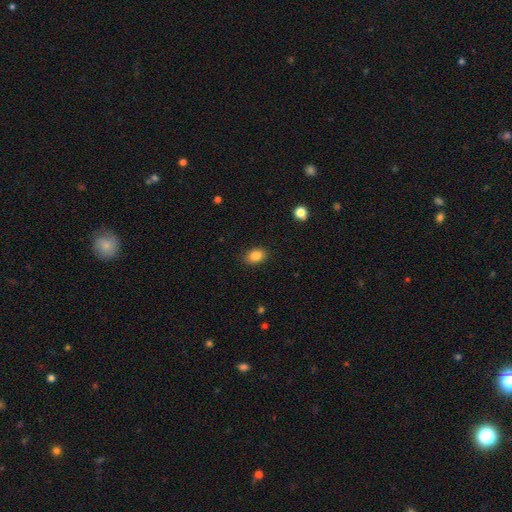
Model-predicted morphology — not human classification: Smooth or featured?
  - smooth: 86% *
  - star or artifact: 9%
  - featured or disk: 5%
How rounded?
  - in between: 79% *
  - round: 19%
  - cigar-shaped: 1%
Merging?
  - none: 86% *
  - minor disturbance: 10%
  - major disturbance: 3%
  - merger: 1%